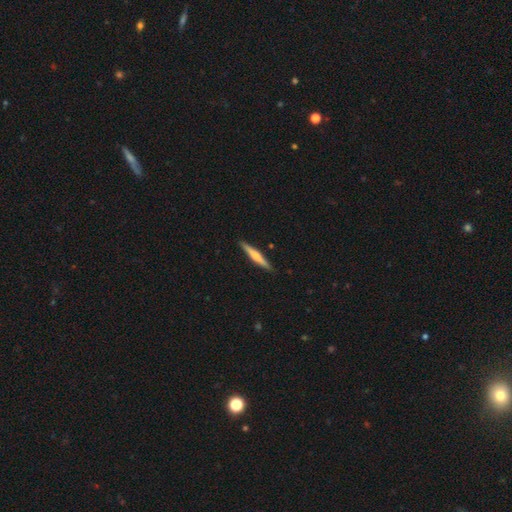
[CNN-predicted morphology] smooth-or-featured: featured or disk: 51% | smooth: 44% | star or artifact: 5%
  disk-edge-on: yes: 97% | no: 3%
  merging: none: 90% | minor disturbance: 7% | major disturbance: 1% | merger: 1%